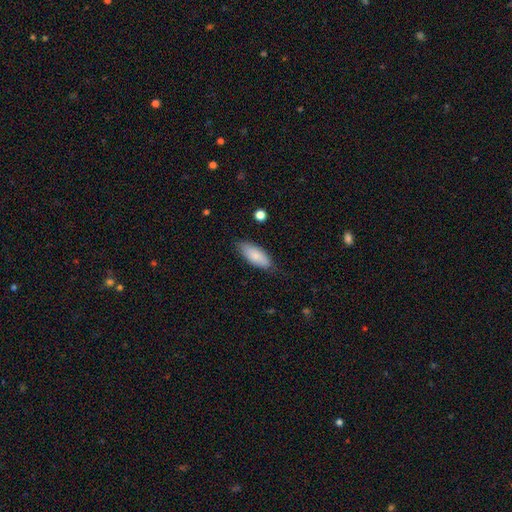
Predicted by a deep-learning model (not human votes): Smooth or featured? smooth (84%)
How rounded? in between (79%)
Merging? none (79%)